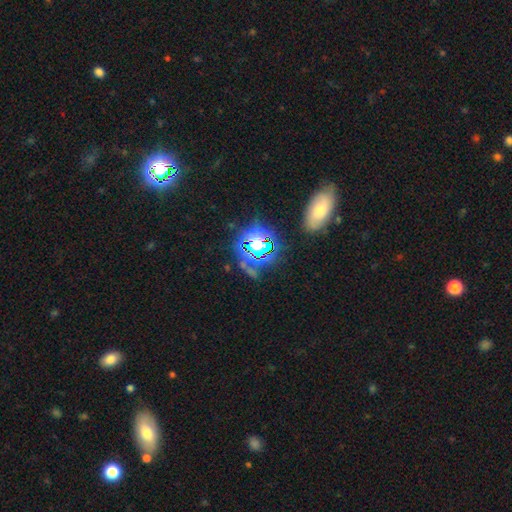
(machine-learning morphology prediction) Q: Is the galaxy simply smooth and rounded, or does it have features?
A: star or artifact — 74%.